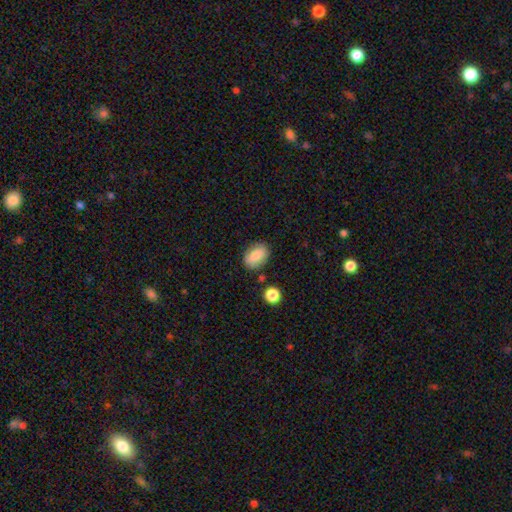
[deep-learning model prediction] This is clearly a smooth galaxy (83%). How rounded: clearly in between (85%). Merging: likely none (79%).